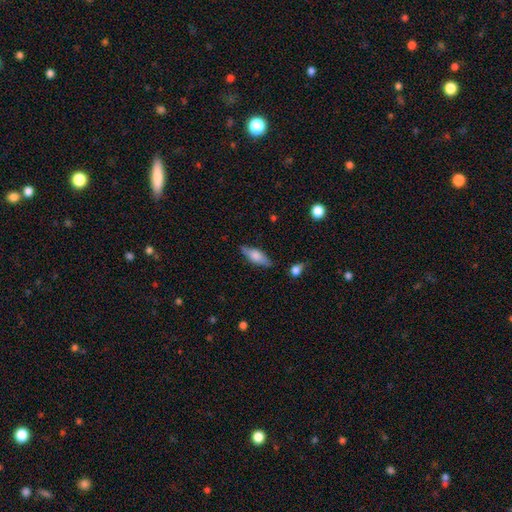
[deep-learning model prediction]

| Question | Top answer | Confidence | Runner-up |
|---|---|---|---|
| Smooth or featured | smooth | 64% | featured or disk (30%) |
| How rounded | in between | 63% | cigar-shaped (34%) |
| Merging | none | 77% | minor disturbance (17%) |